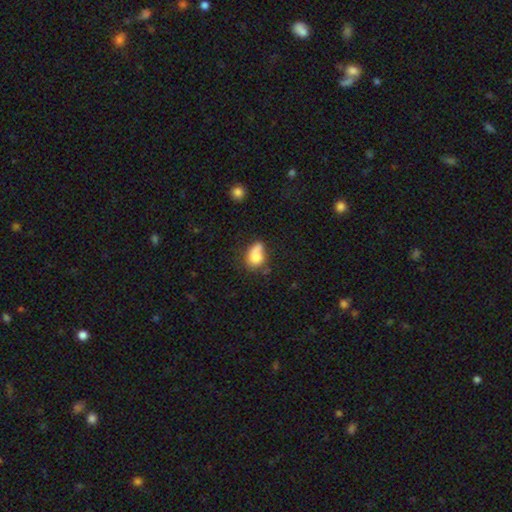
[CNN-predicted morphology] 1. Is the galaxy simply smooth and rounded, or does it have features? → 73% smooth, 18% featured or disk, 9% star or artifact.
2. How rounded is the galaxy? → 73% in between, 25% round, 2% cigar-shaped.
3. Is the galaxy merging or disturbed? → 35% none, 27% minor disturbance, 19% major disturbance, 19% merger.